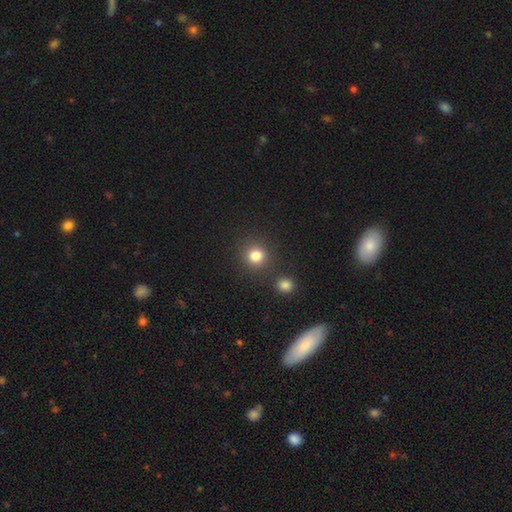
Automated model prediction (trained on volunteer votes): Smooth or featured? smooth (82%)
How rounded? round (90%)
Merging? none (82%)